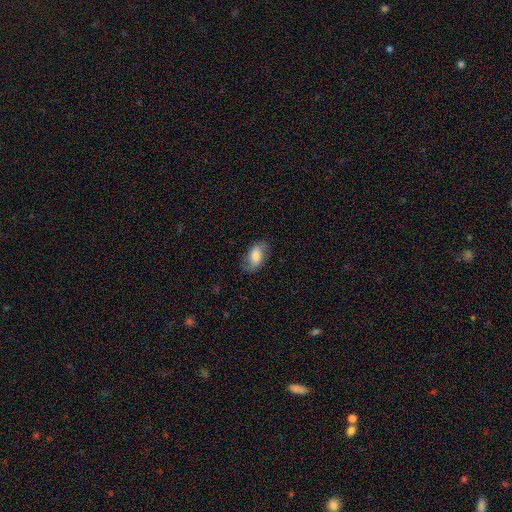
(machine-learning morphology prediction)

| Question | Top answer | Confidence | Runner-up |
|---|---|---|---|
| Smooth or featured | smooth | 50% | featured or disk (42%) |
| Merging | none | 72% | minor disturbance (19%) |